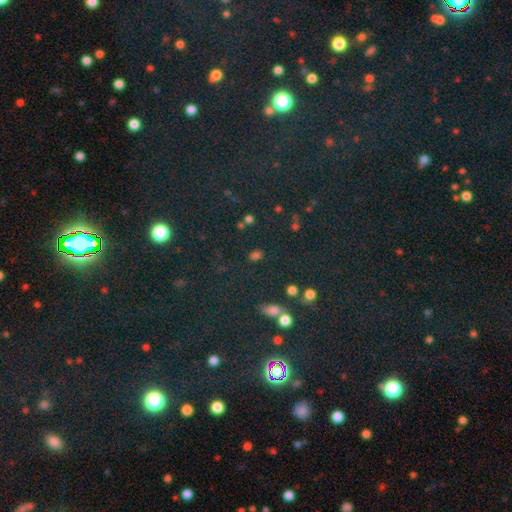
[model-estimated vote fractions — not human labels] star or artifact 56%, smooth 34%, featured or disk 10%.